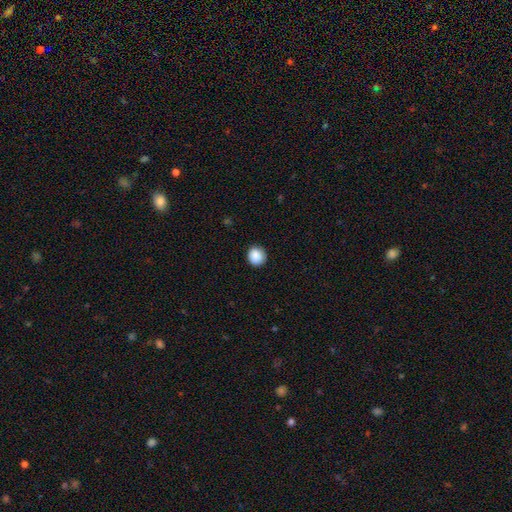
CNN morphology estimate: type=smooth (89%); roundness=round (88%); merging=none (89%).